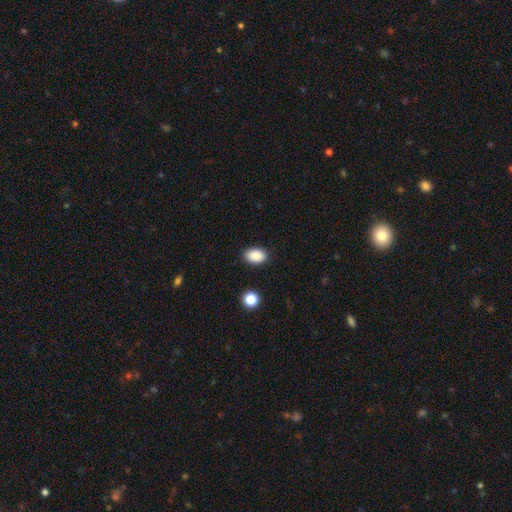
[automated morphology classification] A smooth galaxy with no disk features (89%) that is in between round and cigar-shaped (89%). Merging: none (88%).